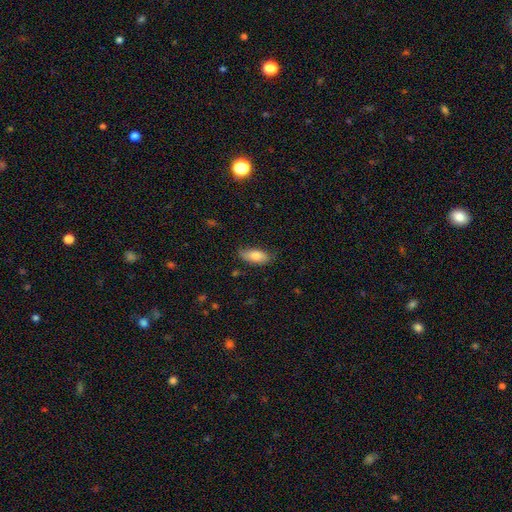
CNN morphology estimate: Q: Smooth or featured?
A: smooth (79%); runner-up: featured or disk (14%)
Q: How rounded?
A: in between (84%); runner-up: cigar-shaped (14%)
Q: Merging?
A: none (74%); runner-up: minor disturbance (21%)